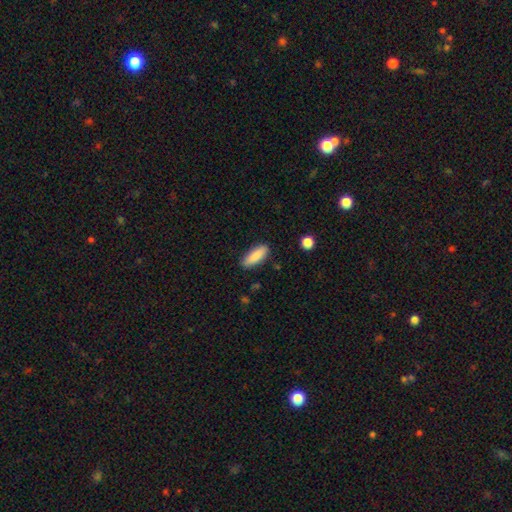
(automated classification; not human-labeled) This appears to be a smooth galaxy with no disk features (86%) that is in between round and cigar-shaped (61%). Merging: none (85%).